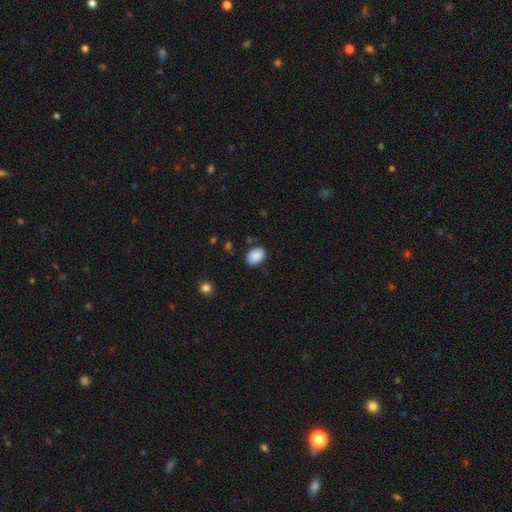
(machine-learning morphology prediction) Smooth or featured? smooth (89%)
How rounded? in between (74%)
Merging? none (83%)